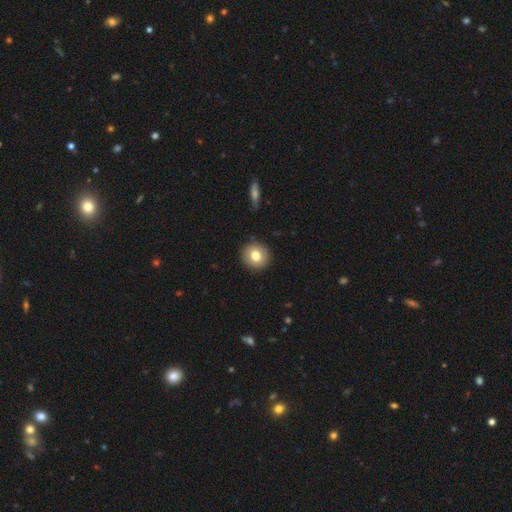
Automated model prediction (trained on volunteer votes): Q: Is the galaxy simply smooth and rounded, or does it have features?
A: smooth — 78%.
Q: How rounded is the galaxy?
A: round — 91%.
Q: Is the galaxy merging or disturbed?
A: none — 91%.